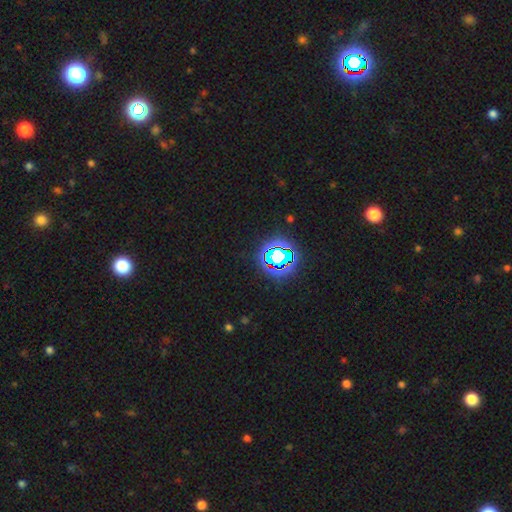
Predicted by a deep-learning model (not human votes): Smooth or featured?
  - star or artifact: 79% *
  - smooth: 13%
  - featured or disk: 8%